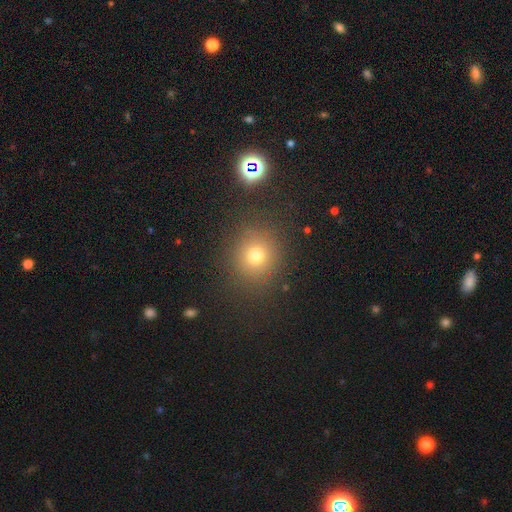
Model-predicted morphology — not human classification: A smooth galaxy with no disk features (73%) that is round (87%). Merging: none (85%).